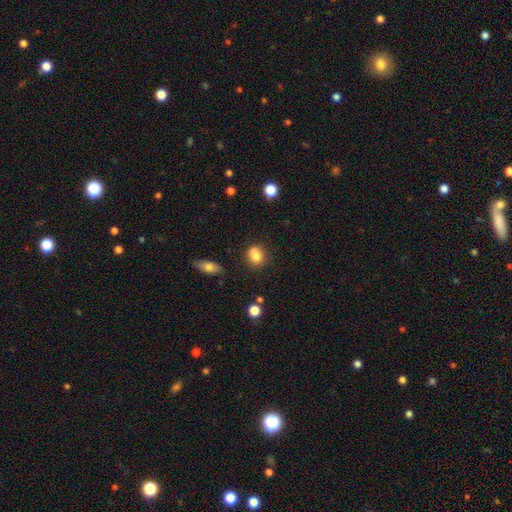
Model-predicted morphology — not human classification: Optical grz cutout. It shows a smooth galaxy with no disk features (80%) that is round (69%). Merging: none (61%).